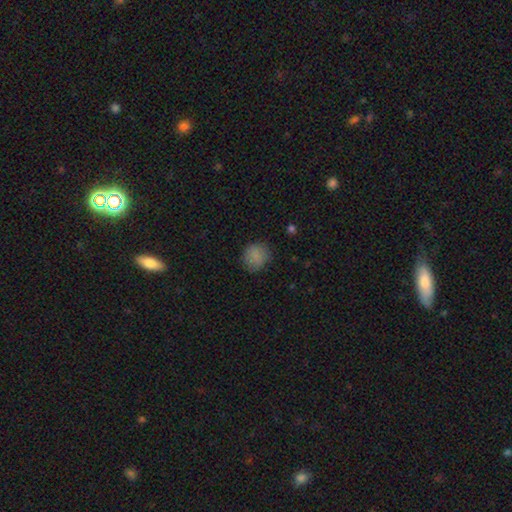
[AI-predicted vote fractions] Smooth or featured: smooth — 83% (star or artifact — 11%)
How rounded: round — 87% (in between — 12%)
Merging: none — 81% (minor disturbance — 14%)